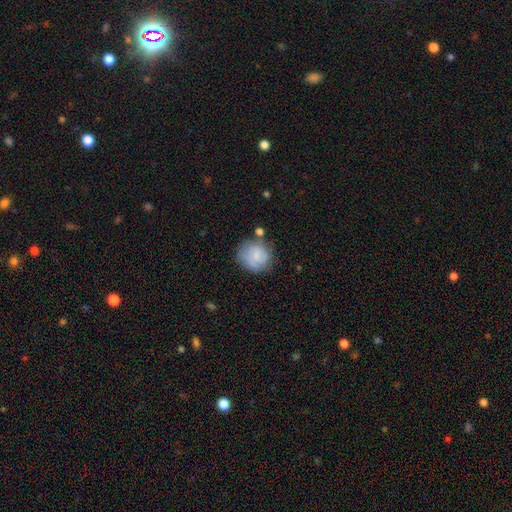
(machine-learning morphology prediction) Overall: smooth (71%). How rounded: round (85%). Merging: none (61%; minor disturbance 23%).